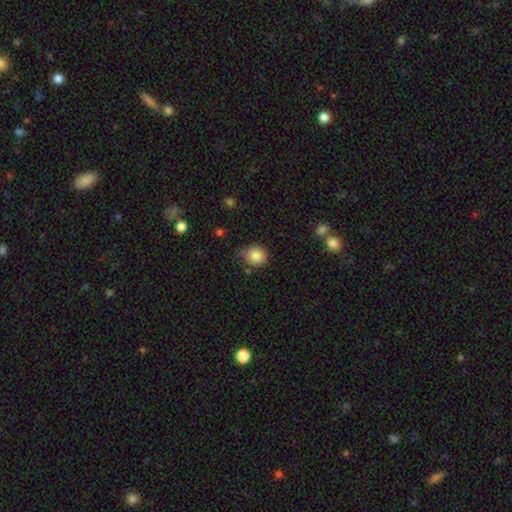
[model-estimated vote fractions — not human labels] This appears to be a smooth galaxy with no disk features (84%) that is round (88%). Merging: none (72%).